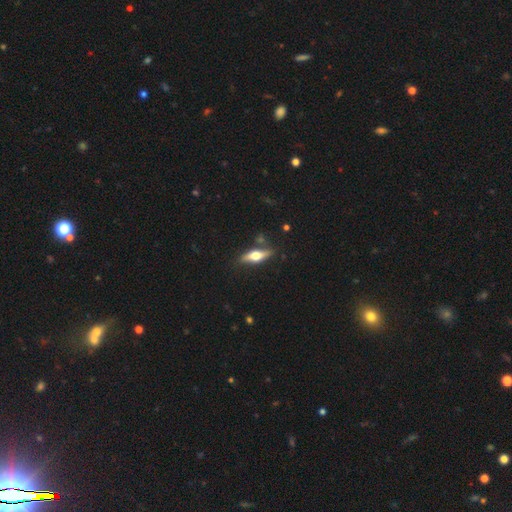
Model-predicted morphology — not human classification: type=featured or disk (57%); edge-on=yes (89%); edge-on bulge=rounded (95%); merging=none (80%).